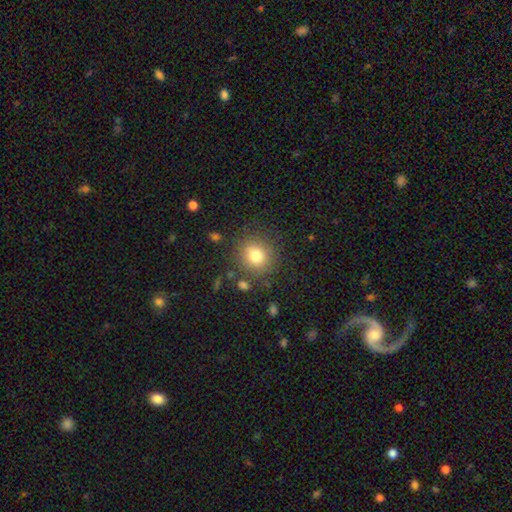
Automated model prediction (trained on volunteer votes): A smooth galaxy with no disk features (78%) that is round (85%).

Vote fractions:
- Smooth or featured? smooth: 78% / star or artifact: 12% / featured or disk: 10%
- How rounded? round: 85% / in between: 14% / cigar-shaped: 1%
- Merging? none: 83% / minor disturbance: 10% / major disturbance: 4% / merger: 3%